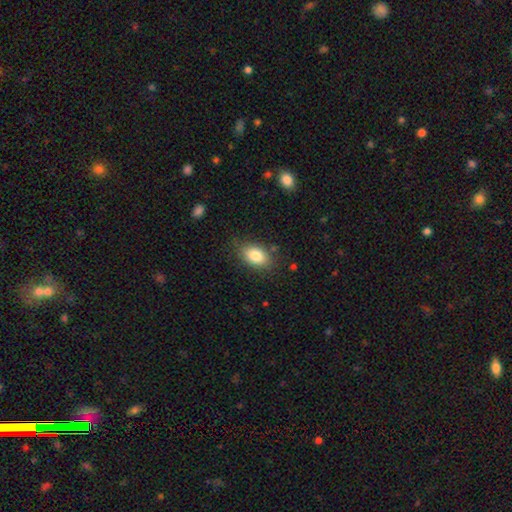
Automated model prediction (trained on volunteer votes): This appears to be a smooth galaxy with no disk features (83%) that is in between round and cigar-shaped (87%). Merging: none (80%).